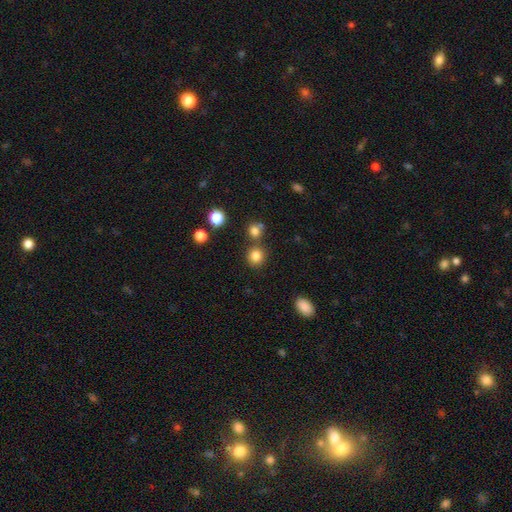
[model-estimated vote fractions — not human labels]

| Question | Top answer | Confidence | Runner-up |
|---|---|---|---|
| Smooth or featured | smooth | 82% | star or artifact (13%) |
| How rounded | round | 89% | in between (10%) |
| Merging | none | 78% | merger (12%) |